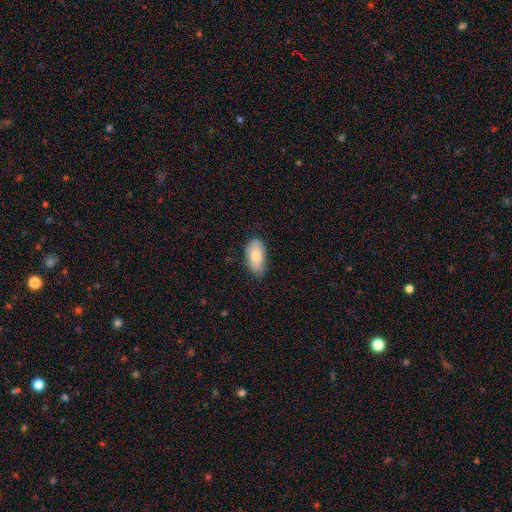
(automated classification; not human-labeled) This is likely a smooth galaxy (79%). How rounded: clearly in between (94%). Merging: likely none (75%).